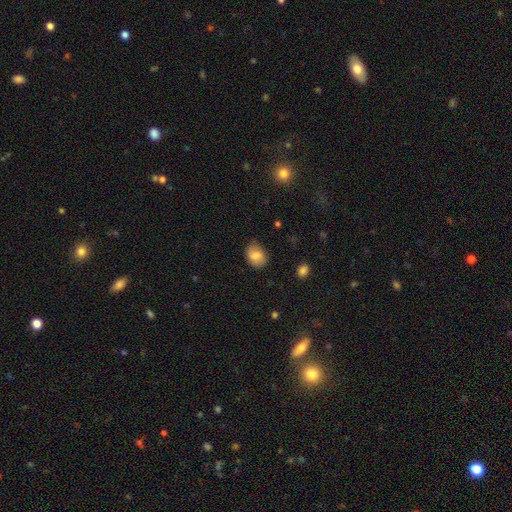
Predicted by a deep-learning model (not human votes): A smooth galaxy with no disk features (80%) that is in between round and cigar-shaped (57%).

Vote fractions:
- Smooth or featured? smooth: 80% / featured or disk: 12% / star or artifact: 8%
- How rounded? in between: 57% / round: 42% / cigar-shaped: 1%
- Merging? none: 65% / minor disturbance: 28% / major disturbance: 5% / merger: 1%